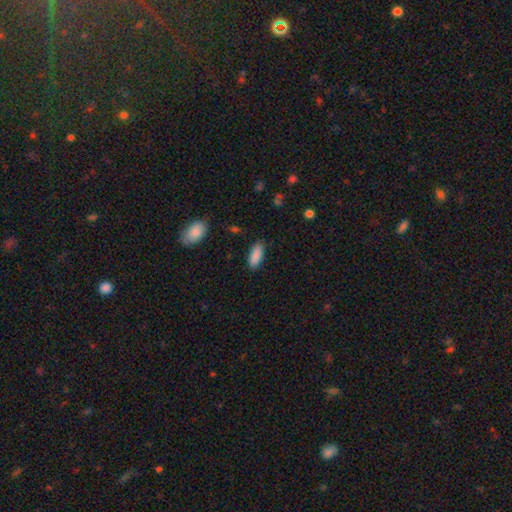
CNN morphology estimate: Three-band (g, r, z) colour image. It shows a smooth galaxy with no disk features (89%) that is in between round and cigar-shaped (78%). Merging: none (85%).